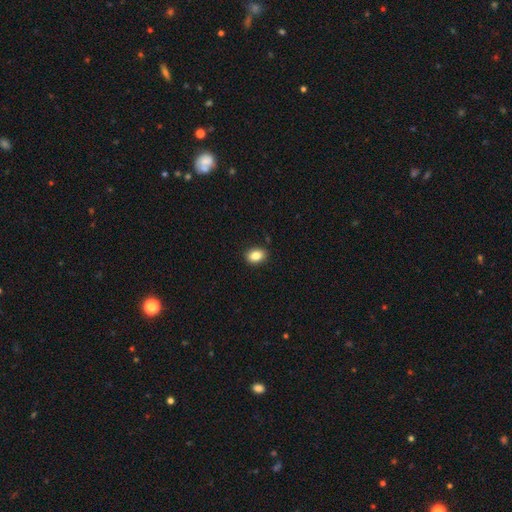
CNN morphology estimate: smooth_or_featured: smooth (p=0.86) [alt: star or artifact p=0.09]
how_rounded: in between (p=0.74) [alt: round p=0.24]
merging: none (p=0.88) [alt: minor disturbance p=0.09]